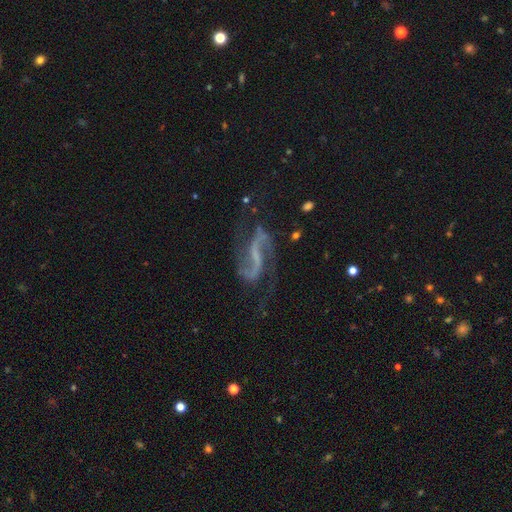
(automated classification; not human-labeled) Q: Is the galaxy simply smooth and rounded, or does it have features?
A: featured or disk — 89%.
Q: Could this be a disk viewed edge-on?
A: no — 96%.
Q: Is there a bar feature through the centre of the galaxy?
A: strong — 40%.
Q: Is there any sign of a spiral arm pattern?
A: yes — 97%.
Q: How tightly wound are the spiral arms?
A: loose — 60%.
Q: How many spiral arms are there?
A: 2 — 93%.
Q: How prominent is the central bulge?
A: none — 49%.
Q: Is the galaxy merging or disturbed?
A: none — 71%.